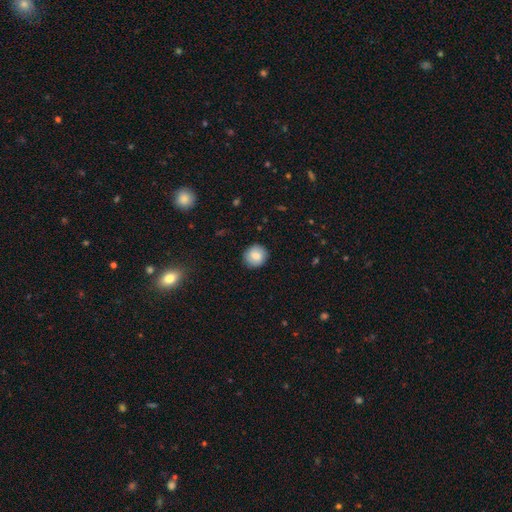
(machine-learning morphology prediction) This is clearly a smooth galaxy (83%). How rounded: clearly round (89%). Merging: clearly none (88%).